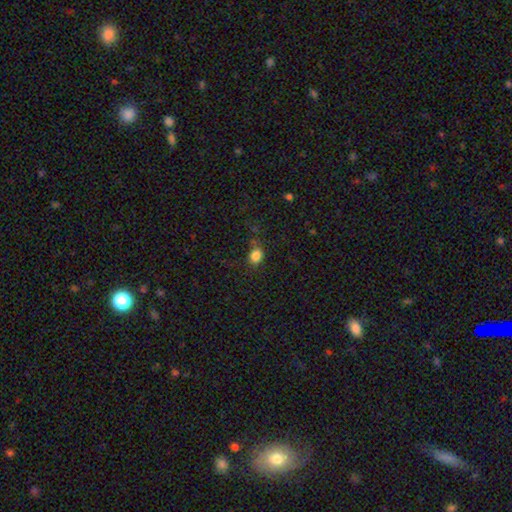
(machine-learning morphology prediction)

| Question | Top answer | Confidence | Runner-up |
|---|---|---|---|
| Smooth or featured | smooth | 83% | star or artifact (12%) |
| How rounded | in between | 51% | round (48%) |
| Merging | none | 72% | minor disturbance (18%) |